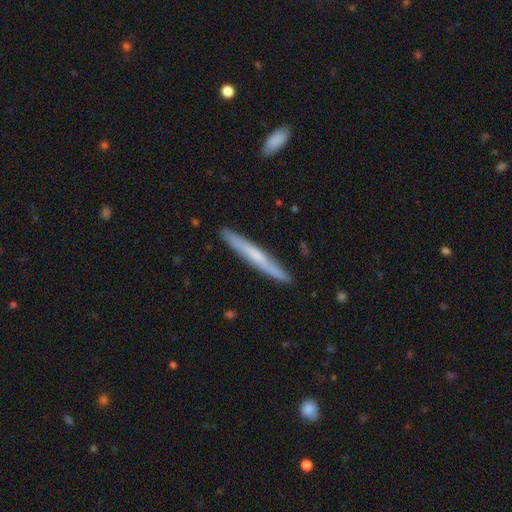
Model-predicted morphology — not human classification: This appears to be a smooth galaxy with no disk features (49%). Merging: none (90%).